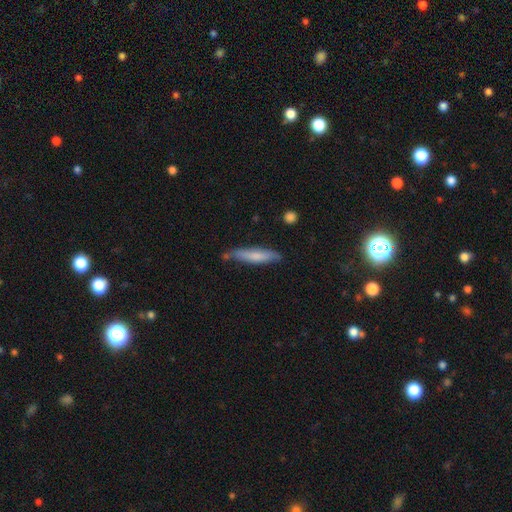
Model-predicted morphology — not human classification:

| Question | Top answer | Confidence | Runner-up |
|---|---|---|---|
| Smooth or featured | smooth | 70% | featured or disk (24%) |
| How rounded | cigar-shaped | 86% | in between (12%) |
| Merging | none | 74% | minor disturbance (18%) |